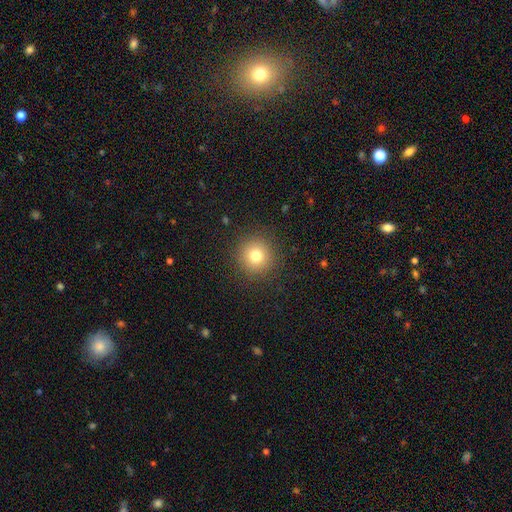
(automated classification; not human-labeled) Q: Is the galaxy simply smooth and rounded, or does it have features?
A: smooth — 78%.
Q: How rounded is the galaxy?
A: round — 94%.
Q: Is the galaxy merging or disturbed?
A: none — 90%.